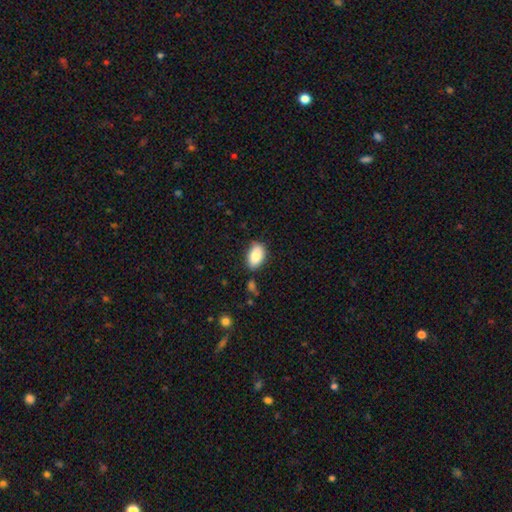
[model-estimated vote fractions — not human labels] Smooth or featured?
  - smooth: 87% *
  - star or artifact: 7%
  - featured or disk: 7%
How rounded?
  - in between: 92% *
  - round: 6%
  - cigar-shaped: 2%
Merging?
  - none: 78% *
  - minor disturbance: 16%
  - major disturbance: 3%
  - merger: 3%